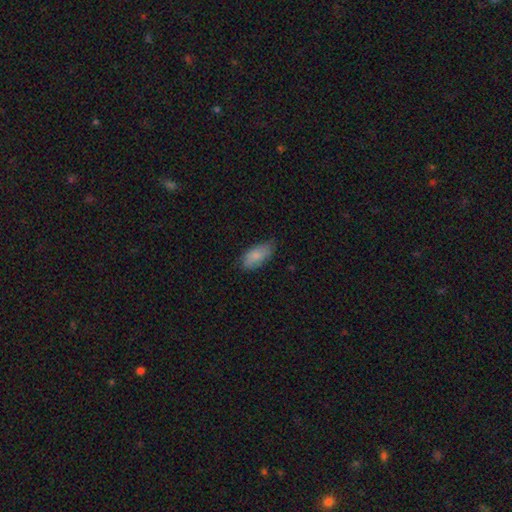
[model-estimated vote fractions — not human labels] Q: Smooth or featured?
A: smooth (83%); runner-up: featured or disk (11%)
Q: How rounded?
A: in between (91%); runner-up: cigar-shaped (7%)
Q: Merging?
A: none (68%); runner-up: minor disturbance (26%)